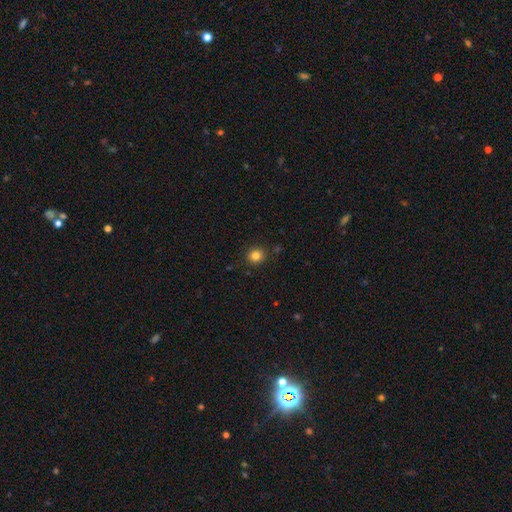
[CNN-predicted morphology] The model was most divided on "smooth or featured": smooth: 82%, star or artifact: 13%, featured or disk: 5%. More confident: how rounded — round (91%); merging — none (89%).